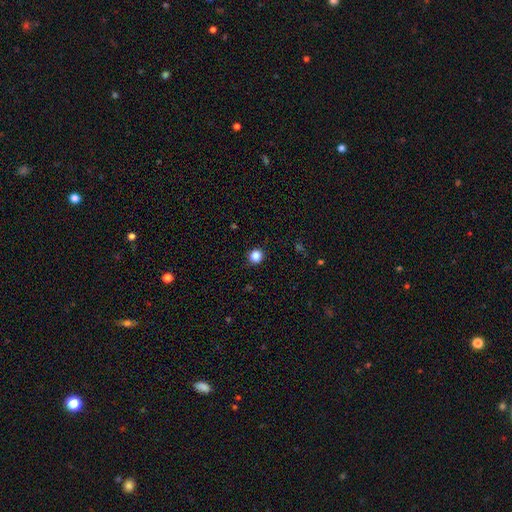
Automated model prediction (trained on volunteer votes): Smooth or featured? smooth (85%)
How rounded? round (91%)
Merging? none (91%)